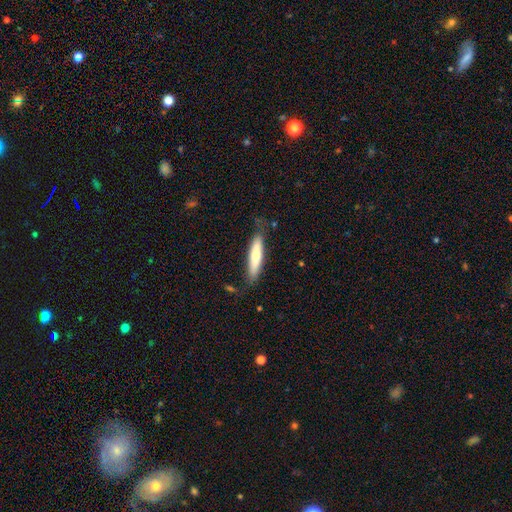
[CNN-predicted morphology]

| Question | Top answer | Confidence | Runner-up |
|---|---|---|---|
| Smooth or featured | smooth | 65% | featured or disk (29%) |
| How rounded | cigar-shaped | 78% | in between (20%) |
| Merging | none | 77% | minor disturbance (17%) |